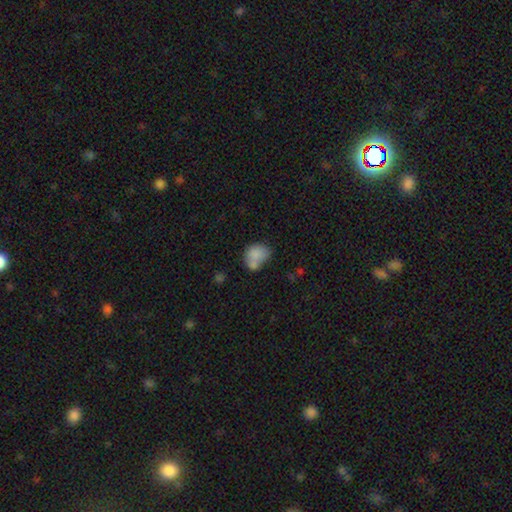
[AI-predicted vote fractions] Q: Smooth or featured?
A: smooth (79%); runner-up: featured or disk (12%)
Q: How rounded?
A: in between (52%); runner-up: round (47%)
Q: Merging?
A: none (39%); runner-up: merger (34%)